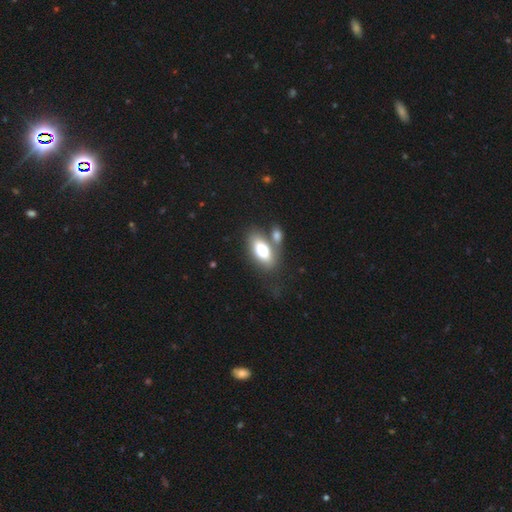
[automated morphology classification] A smooth galaxy with no disk features (66%) that is in between round and cigar-shaped (86%). Merging: none (50%).